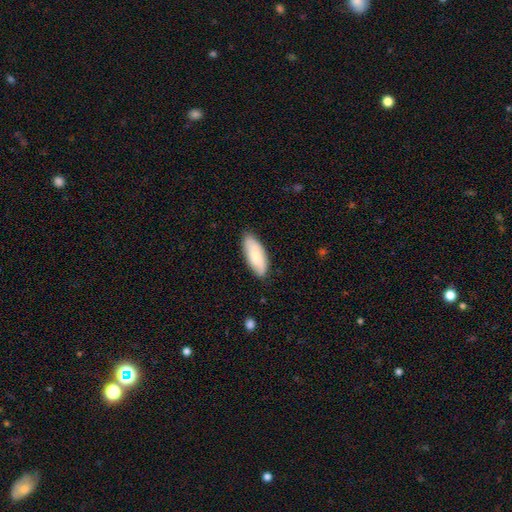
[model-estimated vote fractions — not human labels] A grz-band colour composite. It shows a smooth galaxy with no disk features (76%) that is in between round and cigar-shaped (79%). Merging: none (83%).